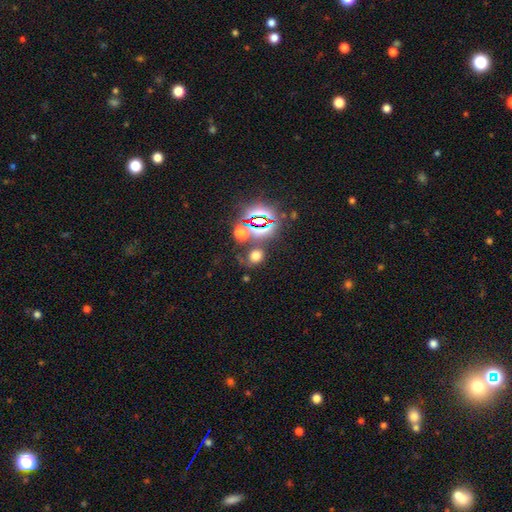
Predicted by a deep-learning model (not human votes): Smooth or featured: smooth — 59% (star or artifact — 32%)
How rounded: round — 68% (in between — 31%)
Merging: none — 62% (merger — 15%)